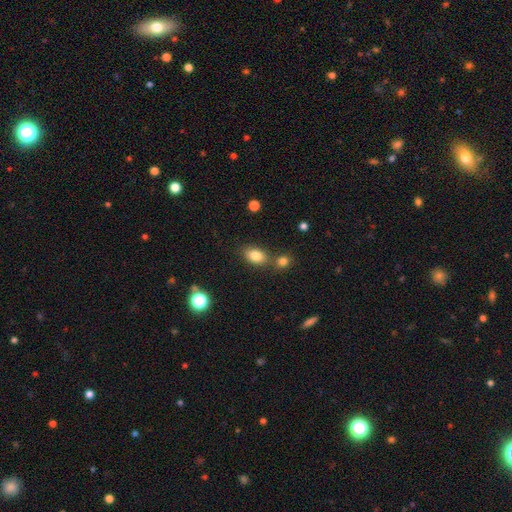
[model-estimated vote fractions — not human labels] Morphology: type=smooth (81%); roundness=in between (84%); merging=none (67%).